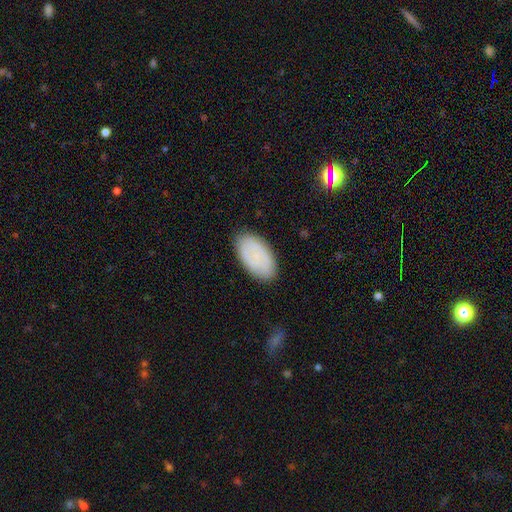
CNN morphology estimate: Overall: smooth (56%; featured or disk 36%). How rounded: in between (94%). Merging: none (86%).